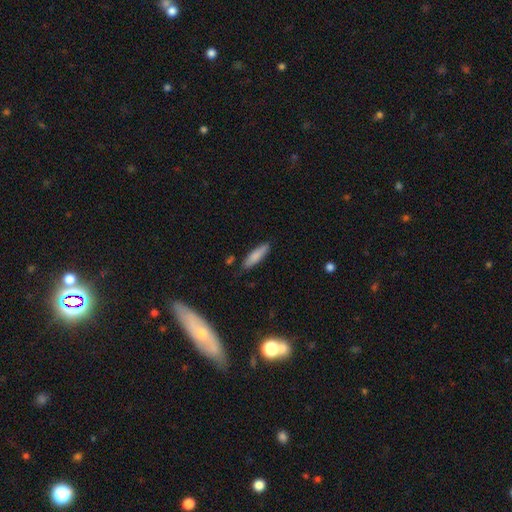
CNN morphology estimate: Q: Smooth or featured?
A: smooth (82%); runner-up: featured or disk (12%)
Q: How rounded?
A: cigar-shaped (70%); runner-up: in between (29%)
Q: Merging?
A: none (81%); runner-up: minor disturbance (14%)